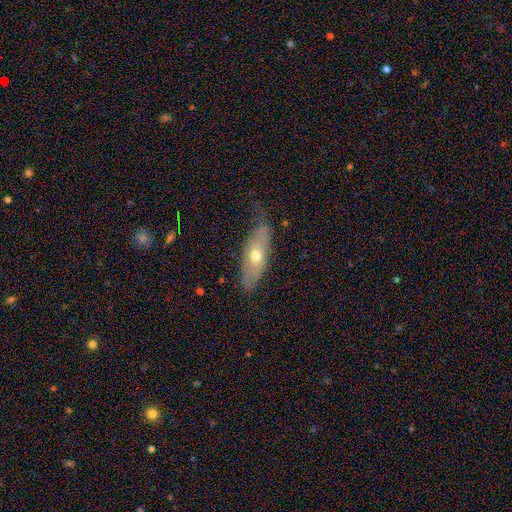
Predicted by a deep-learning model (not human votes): Smooth or featured? Predicted: smooth (p=0.53). How rounded? Predicted: in between (p=0.64). Merging? Predicted: none (p=0.68).